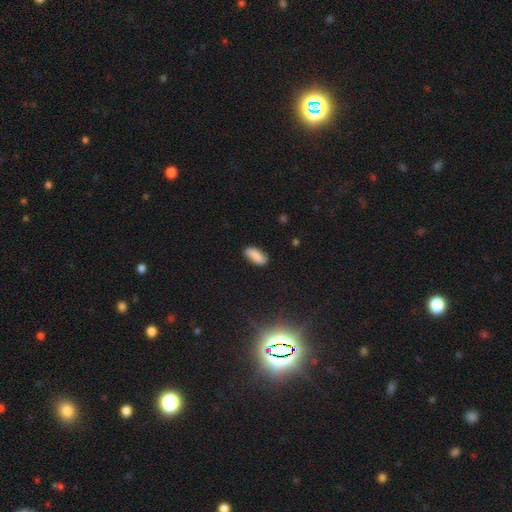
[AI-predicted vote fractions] smooth-or-featured: smooth: 86% | star or artifact: 7% | featured or disk: 7%
  how-rounded: in between: 81% | cigar-shaped: 17% | round: 2%
  merging: none: 82% | minor disturbance: 13% | major disturbance: 3% | merger: 2%